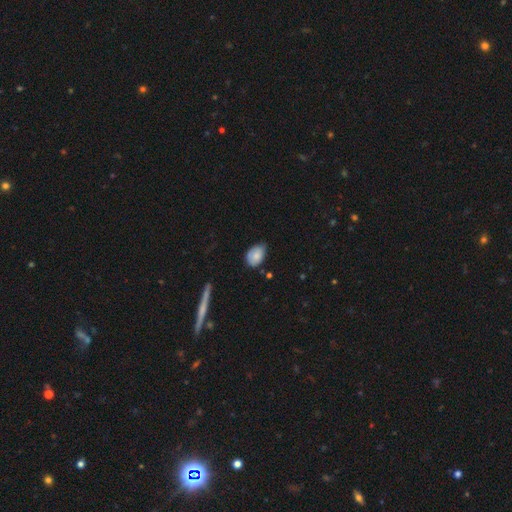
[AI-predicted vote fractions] This is likely a smooth galaxy (80%). How rounded: clearly in between (81%). Merging: possibly none (59%).